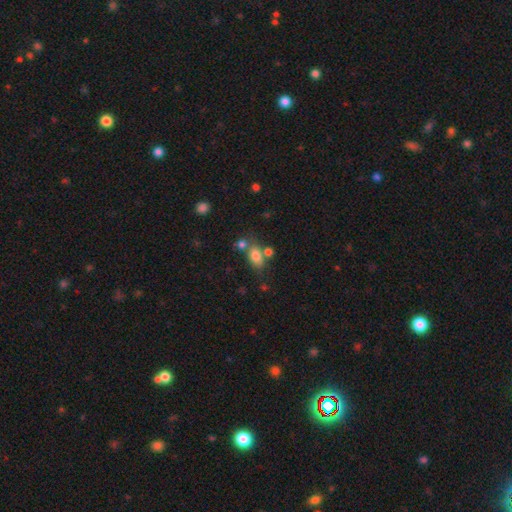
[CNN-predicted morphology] Q: Smooth or featured?
A: smooth (78%); runner-up: star or artifact (11%)
Q: How rounded?
A: in between (83%); runner-up: round (12%)
Q: Merging?
A: none (54%); runner-up: merger (25%)